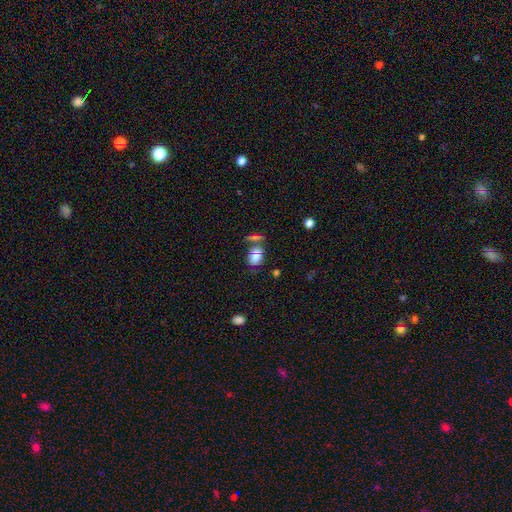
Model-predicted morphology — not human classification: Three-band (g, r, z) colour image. It shows a smooth galaxy with no disk features (74%) that is in between round and cigar-shaped (76%). Merging: none (50%).